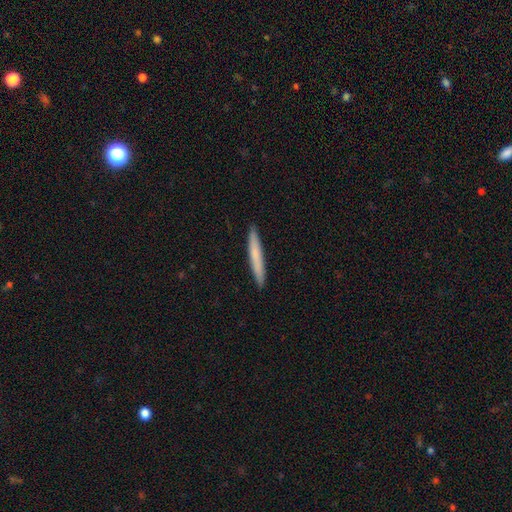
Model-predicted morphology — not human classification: smooth-or-featured: smooth: 70% | featured or disk: 24% | star or artifact: 5%
  how-rounded: cigar-shaped: 97% | in between: 2% | round: 1%
  merging: none: 92% | minor disturbance: 5% | major disturbance: 1% | merger: 1%